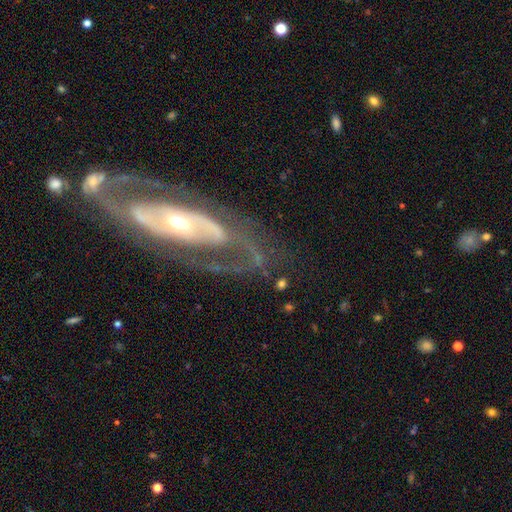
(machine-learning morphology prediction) smooth_or_featured: featured or disk (p=0.81) [alt: smooth p=0.12]
disk_edge_on: no (p=0.88) [alt: yes p=0.12]
bar: no (p=0.54) [alt: weak p=0.26]
has_spiral_arms: yes (p=0.73) [alt: no p=0.27]
spiral_winding: medium (p=0.41) [alt: tight p=0.34]
spiral_arm_count: 2 (p=0.62) [alt: can't tell p=0.19]
bulge_size: moderate (p=0.64) [alt: small p=0.24]
merging: none (p=0.61) [alt: major disturbance p=0.20]